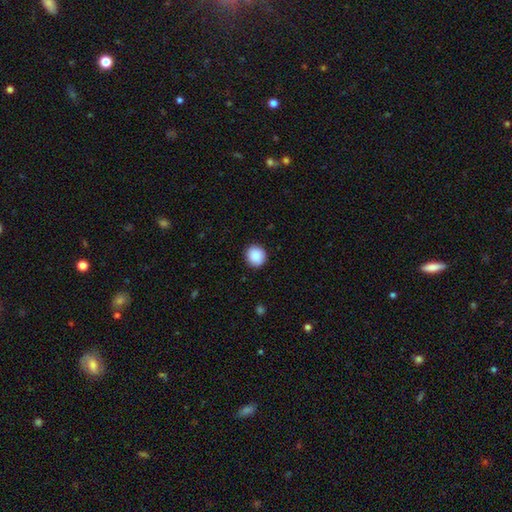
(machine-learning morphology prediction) The model was most divided on "smooth or featured": smooth: 89%, star or artifact: 8%, featured or disk: 3%. More confident: merging — none (92%); how rounded — round (91%).